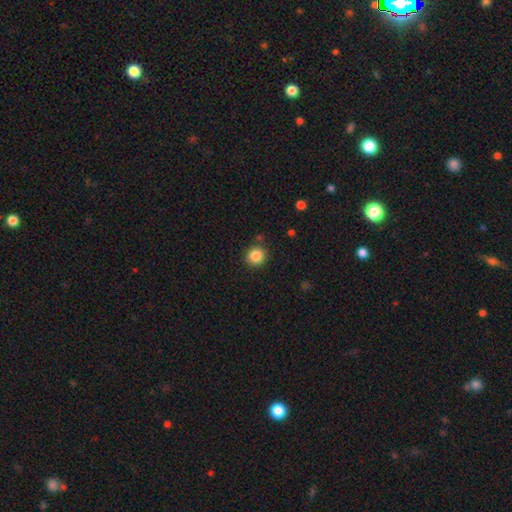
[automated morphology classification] smooth_or_featured: smooth (p=0.86) [alt: star or artifact p=0.10]
how_rounded: round (p=0.91) [alt: in between p=0.08]
merging: none (p=0.87) [alt: minor disturbance p=0.08]